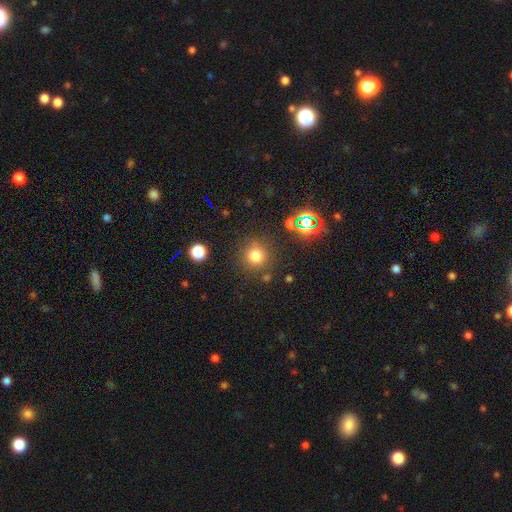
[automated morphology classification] The model was most divided on "smooth or featured": smooth: 75%, star or artifact: 18%, featured or disk: 7%. More confident: how rounded — round (93%); merging — none (84%).